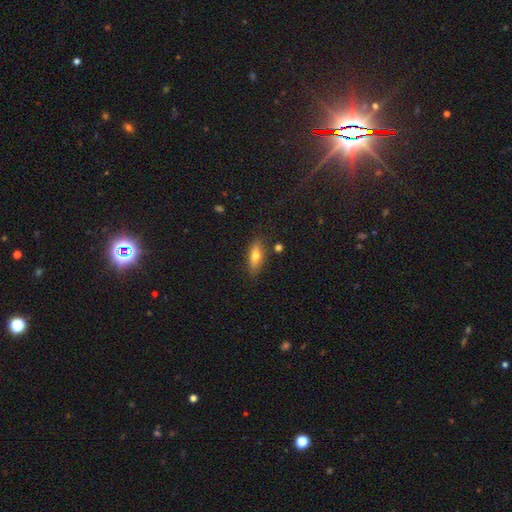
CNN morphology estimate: This appears to be a smooth galaxy with no disk features (67%) that is in between round and cigar-shaped (63%). Merging: none (80%).